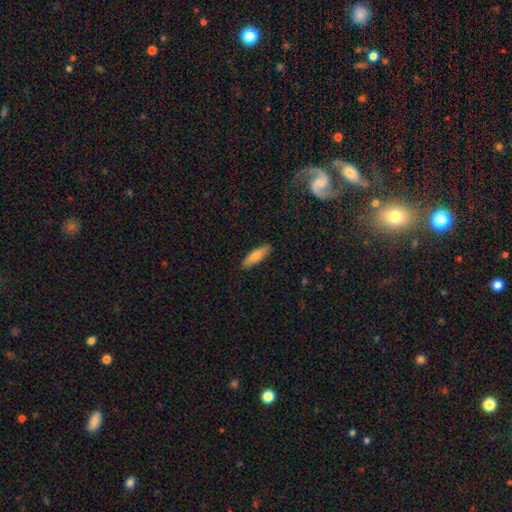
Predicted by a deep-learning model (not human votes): A smooth galaxy with no disk features (74%) that is cigar-shaped (61%). Merging: none (89%).